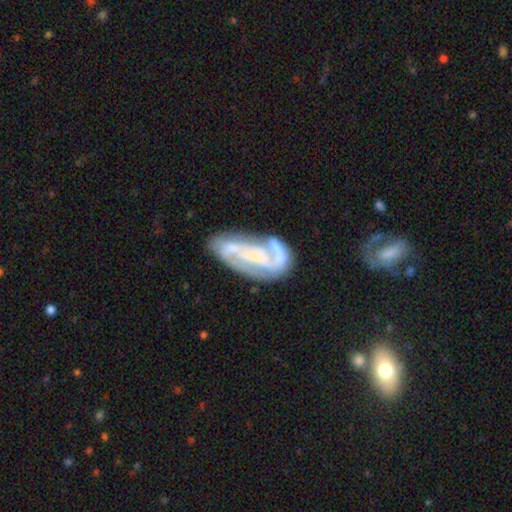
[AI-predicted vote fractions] smooth_or_featured: featured or disk (p=0.78) [alt: smooth p=0.15]
disk_edge_on: no (p=0.94) [alt: yes p=0.06]
bar: no (p=0.43) [alt: weak p=0.30]
has_spiral_arms: yes (p=0.86) [alt: no p=0.14]
spiral_winding: medium (p=0.42) [alt: tight p=0.38]
spiral_arm_count: 2 (p=0.62) [alt: can't tell p=0.18]
bulge_size: small (p=0.48) [alt: none p=0.27]
merging: none (p=0.49) [alt: minor disturbance p=0.21]